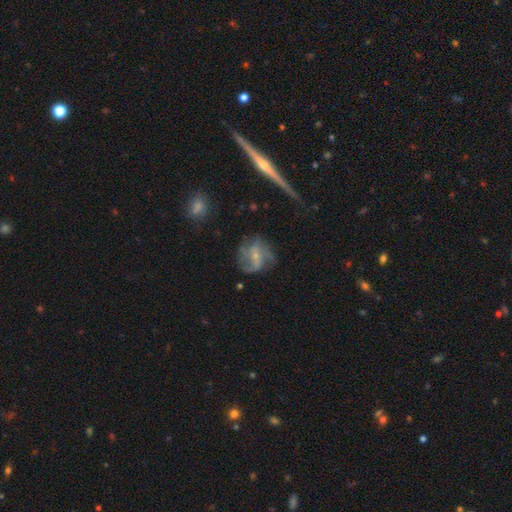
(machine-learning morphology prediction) smooth_or_featured: featured or disk (p=0.70) [alt: smooth p=0.20]
disk_edge_on: no (p=0.96) [alt: yes p=0.04]
bar: weak (p=0.41) [alt: no p=0.40]
has_spiral_arms: yes (p=0.80) [alt: no p=0.20]
spiral_winding: loose (p=0.44) [alt: medium p=0.38]
spiral_arm_count: 2 (p=0.30) [alt: can't tell p=0.28]
bulge_size: small (p=0.72) [alt: moderate p=0.19]
merging: none (p=0.57) [alt: minor disturbance p=0.22]